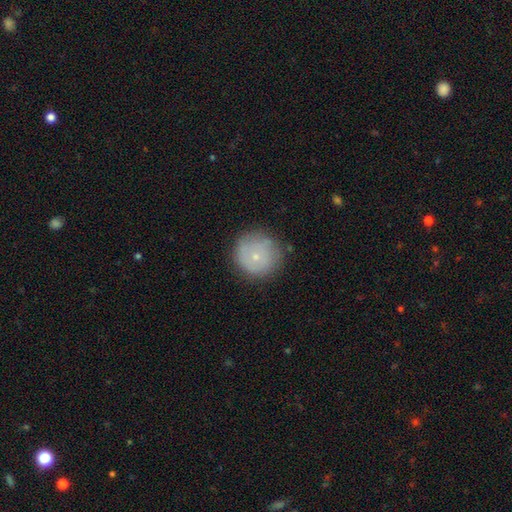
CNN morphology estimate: The model was most divided on "smooth or featured": smooth: 61%, featured or disk: 30%, star or artifact: 9%. More confident: how rounded — round (94%); merging — none (78%).